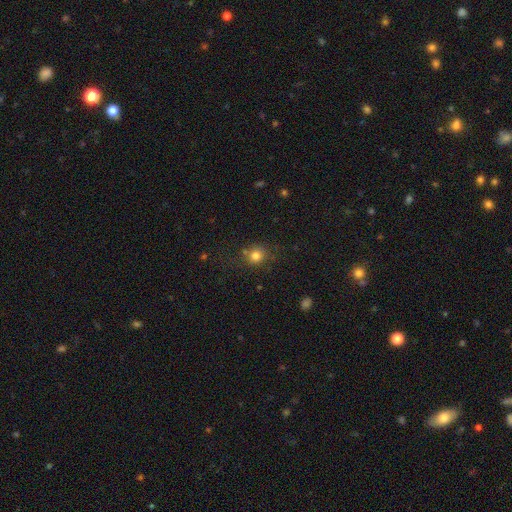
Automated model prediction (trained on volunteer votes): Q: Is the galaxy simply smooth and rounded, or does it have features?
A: smooth — 79%.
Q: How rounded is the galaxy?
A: round — 85%.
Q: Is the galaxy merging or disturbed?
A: none — 72%.